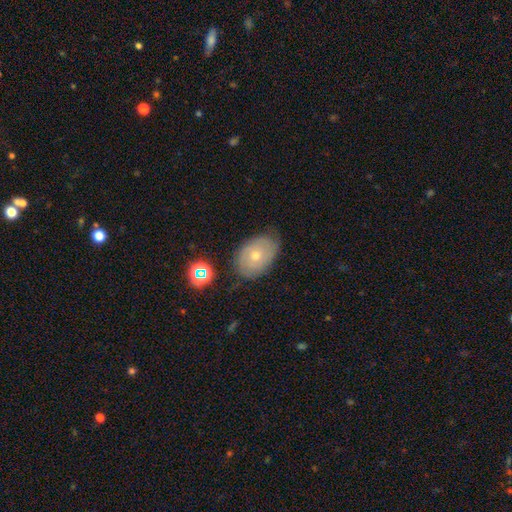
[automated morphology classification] Overall: smooth (47%; featured or disk 42%). Merging: none (68%).